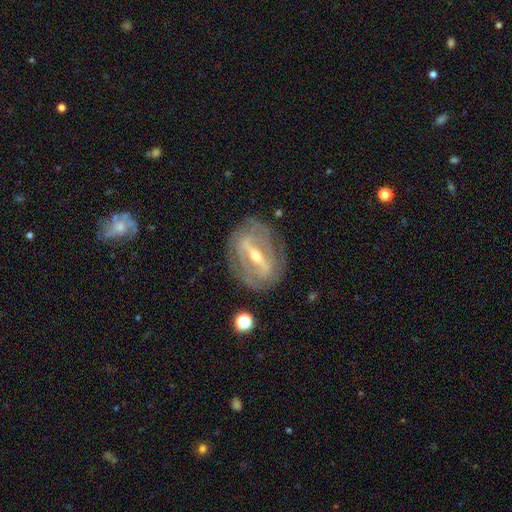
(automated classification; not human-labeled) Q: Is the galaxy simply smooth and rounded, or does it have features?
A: featured or disk — 85%.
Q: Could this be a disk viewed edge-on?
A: no — 85%.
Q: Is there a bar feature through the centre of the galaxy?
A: strong — 78%.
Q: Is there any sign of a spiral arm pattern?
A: yes — 69%.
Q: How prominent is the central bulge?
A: moderate — 52%.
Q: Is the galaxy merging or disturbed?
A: none — 78%.